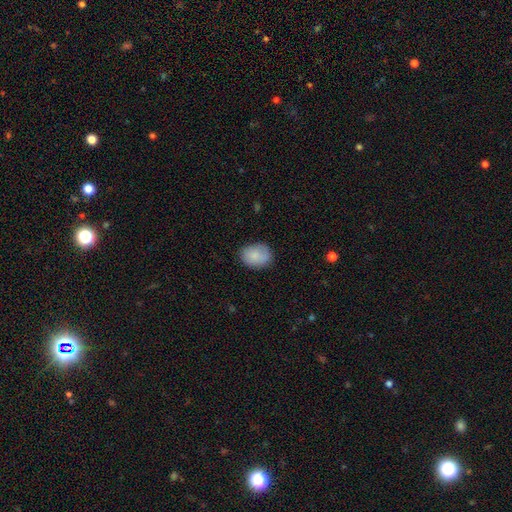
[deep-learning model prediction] A smooth galaxy with no disk features (84%) that is in between round and cigar-shaped (61%). Merging: none (77%).